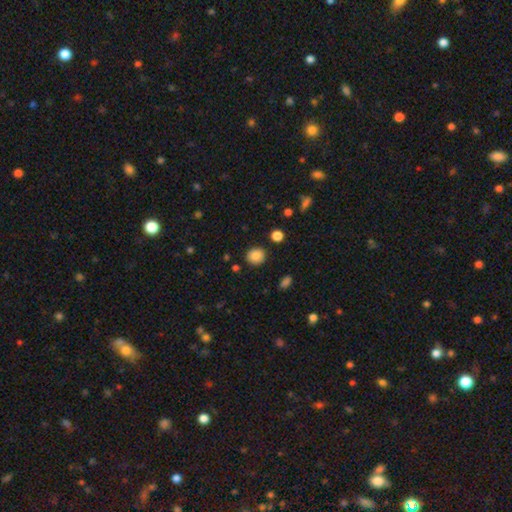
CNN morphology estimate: smooth 86%, star or artifact 10%, featured or disk 4%. Down the decision tree: how rounded — round (82%); merging — none (87%).